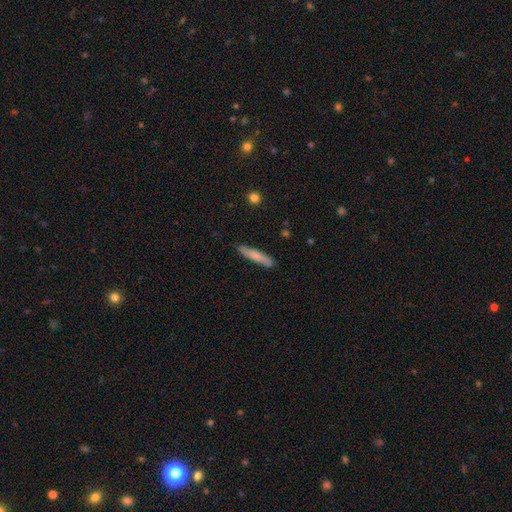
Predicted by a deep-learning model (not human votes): The model was most divided on "smooth or featured": smooth: 72%, featured or disk: 22%, star or artifact: 6%. More confident: how rounded — cigar-shaped (90%); merging — none (86%).